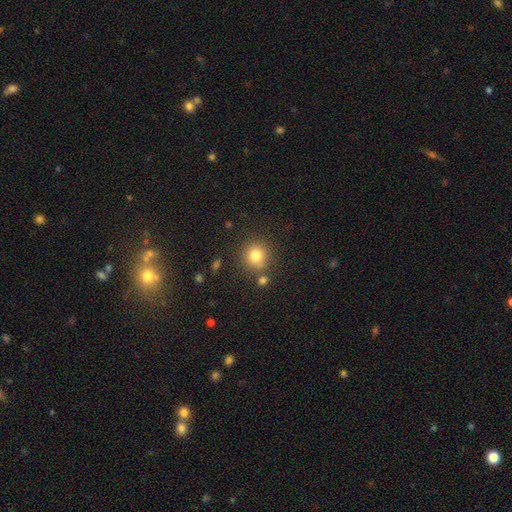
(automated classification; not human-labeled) A smooth galaxy with no disk features (80%) that is round (90%).

Vote fractions:
- Smooth or featured? smooth: 80% / star or artifact: 12% / featured or disk: 8%
- How rounded? round: 90% / in between: 9% / cigar-shaped: 1%
- Merging? none: 77% / minor disturbance: 10% / merger: 9% / major disturbance: 4%